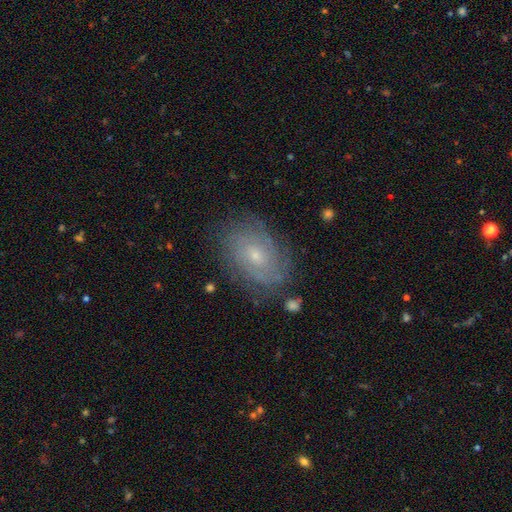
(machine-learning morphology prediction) This is likely a featured or disk galaxy (72%). It is clearly not viewed edge-on (96%). Bar: likely no (68%). Spiral arm pattern: clearly yes (89%). Spiral arm count: possibly can't tell (49%). Spiral winding: likely tight (67%). Central bulge: likely small (61%). Merging: likely none (77%).